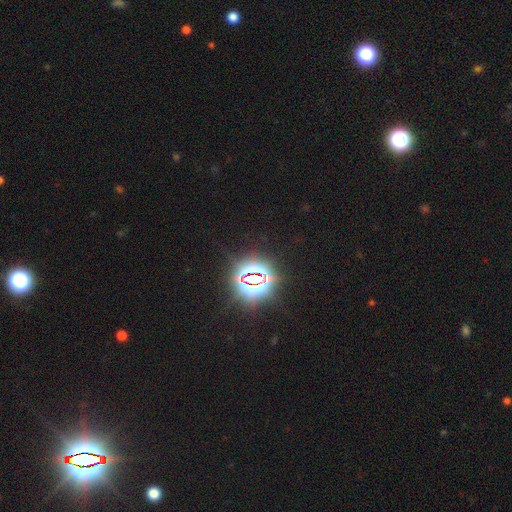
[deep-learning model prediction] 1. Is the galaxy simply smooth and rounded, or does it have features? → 84% star or artifact, 11% smooth, 6% featured or disk.